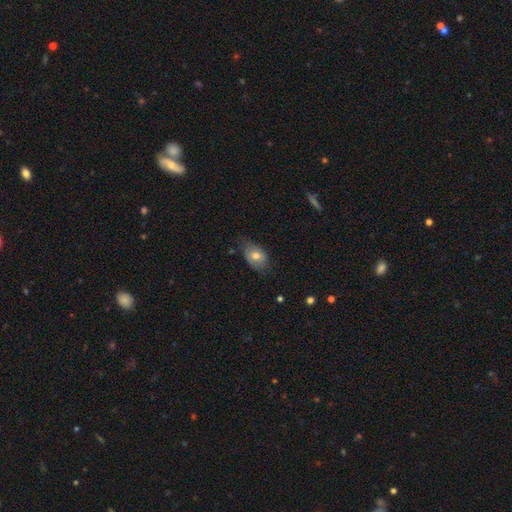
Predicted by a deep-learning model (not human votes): Smooth or featured?
  - smooth: 71% *
  - featured or disk: 22%
  - star or artifact: 7%
How rounded?
  - in between: 84% *
  - round: 15%
  - cigar-shaped: 1%
Merging?
  - none: 56% *
  - minor disturbance: 34%
  - major disturbance: 9%
  - merger: 2%